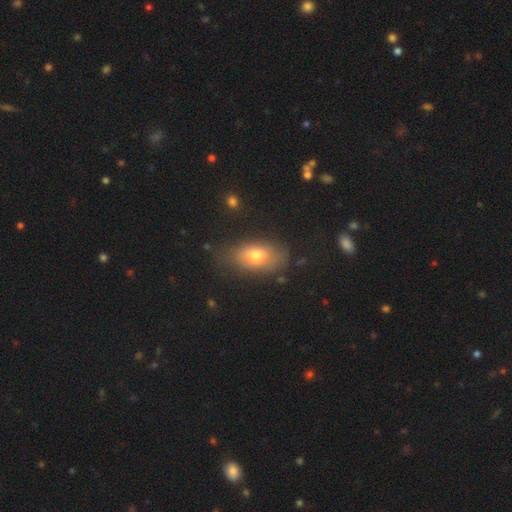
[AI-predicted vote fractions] Q: Smooth or featured?
A: smooth (71%); runner-up: featured or disk (19%)
Q: How rounded?
A: in between (87%); runner-up: round (9%)
Q: Merging?
A: none (69%); runner-up: minor disturbance (22%)